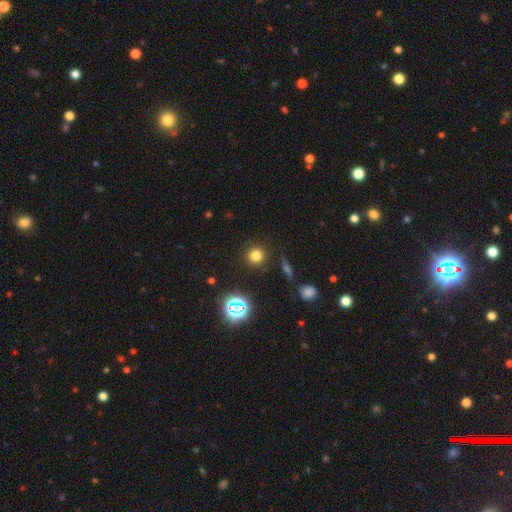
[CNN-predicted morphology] type=smooth (73%); roundness=round (93%); merging=none (90%).